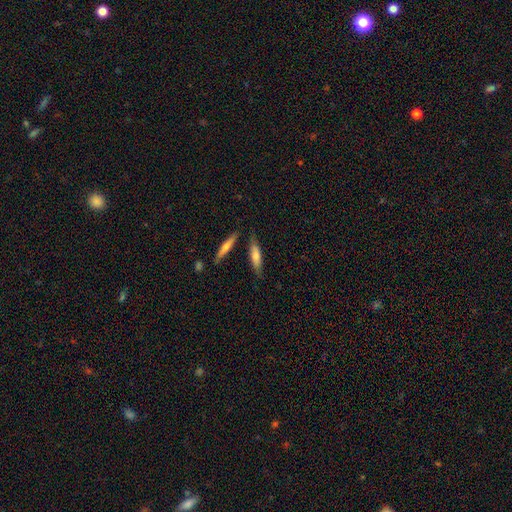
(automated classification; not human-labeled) smooth 65%, featured or disk 29%, star or artifact 6%. Down the decision tree: how rounded — cigar-shaped (72%); merging — none (73%).